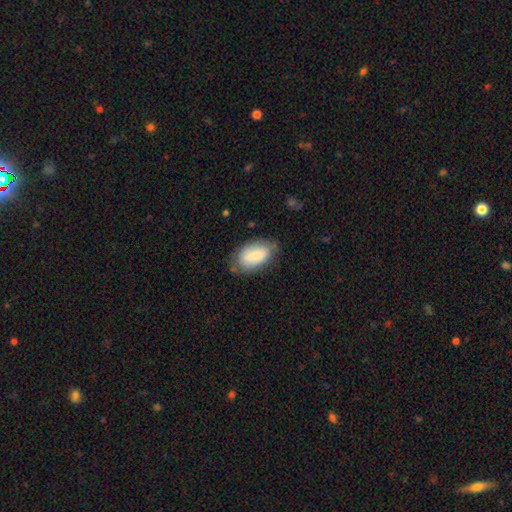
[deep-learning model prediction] The model was most divided on "merging": none: 71%, minor disturbance: 21%, major disturbance: 5%, merger: 2%. More confident: how rounded — in between (94%); smooth or featured — smooth (78%).